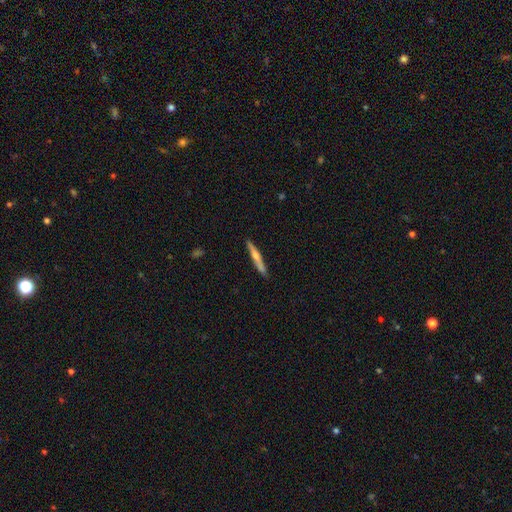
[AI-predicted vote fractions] smooth-or-featured: featured or disk: 57% | smooth: 37% | star or artifact: 6%
  disk-edge-on: yes: 97% | no: 3%
    edge-on-bulge: rounded: 74% | none: 19% | boxy: 7%
  merging: none: 88% | minor disturbance: 9% | merger: 2% | major disturbance: 2%